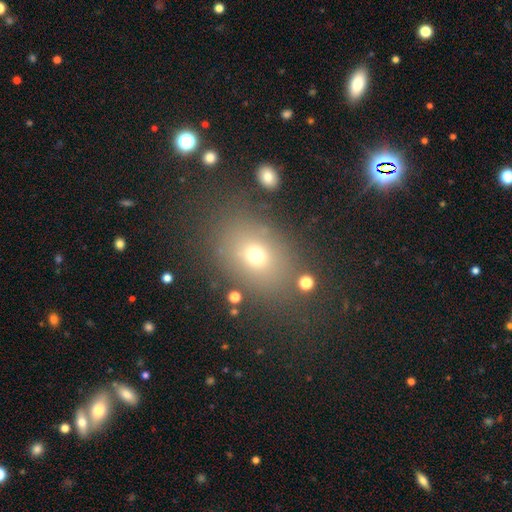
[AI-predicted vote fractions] smooth 67%, star or artifact 19%, featured or disk 13%. Down the decision tree: how rounded — in between (64%); merging — none (78%).